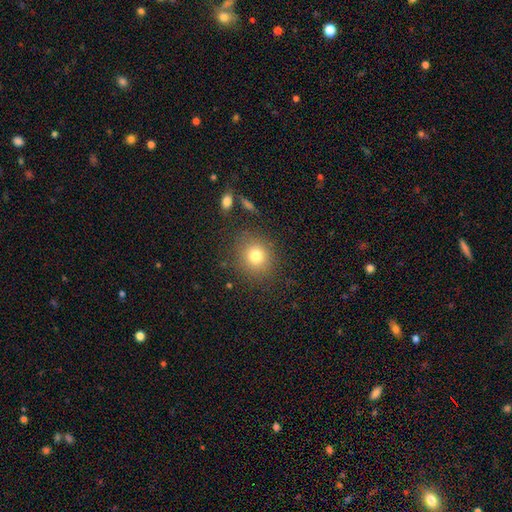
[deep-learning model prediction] smooth 78%, star or artifact 13%, featured or disk 9%. Down the decision tree: how rounded — round (83%); merging — none (84%).